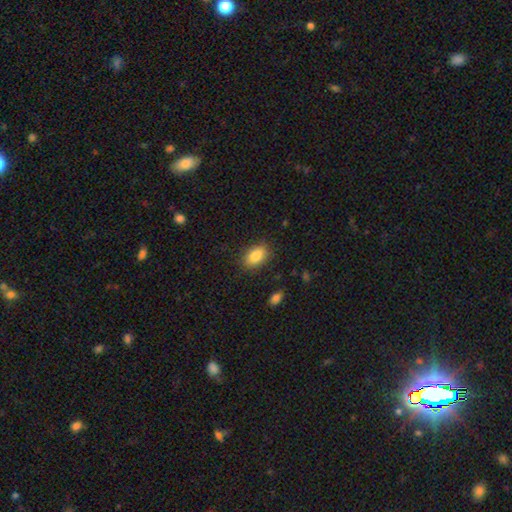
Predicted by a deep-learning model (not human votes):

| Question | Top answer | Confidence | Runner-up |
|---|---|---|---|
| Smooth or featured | smooth | 85% | star or artifact (8%) |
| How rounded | in between | 87% | round (11%) |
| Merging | none | 85% | minor disturbance (11%) |